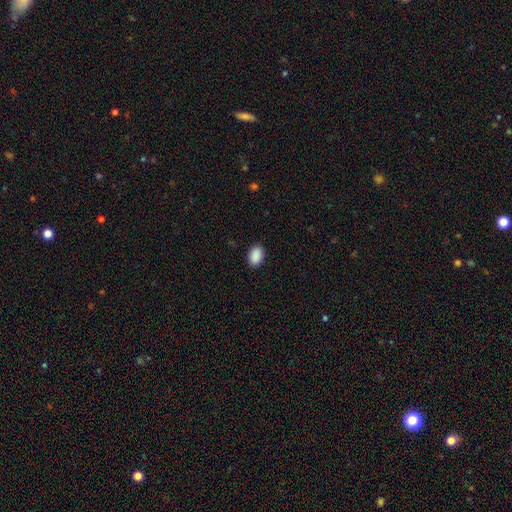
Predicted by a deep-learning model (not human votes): Smooth or featured? smooth (90%)
How rounded? in between (83%)
Merging? none (89%)